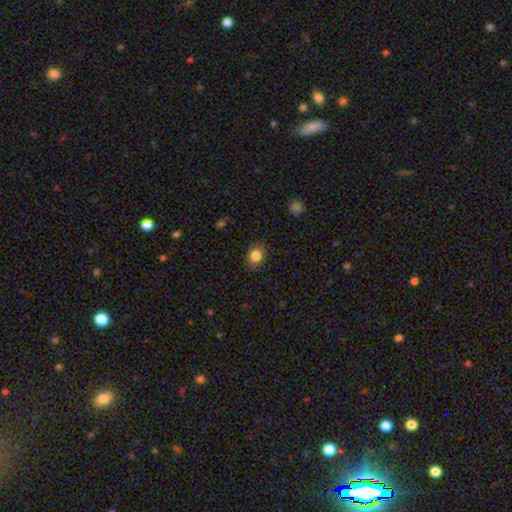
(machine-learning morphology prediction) This is clearly a smooth galaxy (84%). How rounded: likely round (73%). Merging: clearly none (84%).